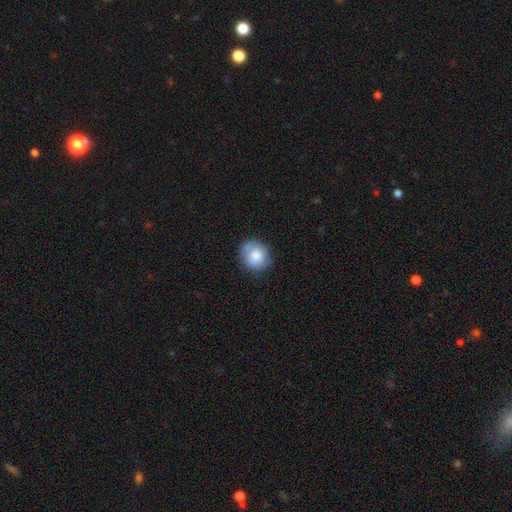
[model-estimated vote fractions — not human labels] This is likely a smooth galaxy (78%). How rounded: clearly round (84%). Merging: likely none (66%).